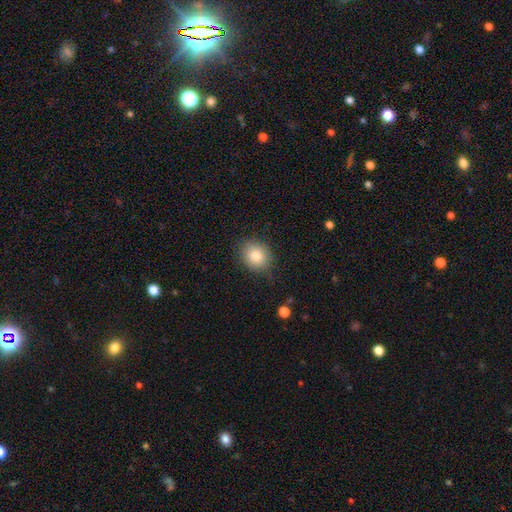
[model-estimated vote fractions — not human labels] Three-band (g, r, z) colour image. It shows a smooth galaxy with no disk features (83%) that is round (64%). Merging: none (77%).